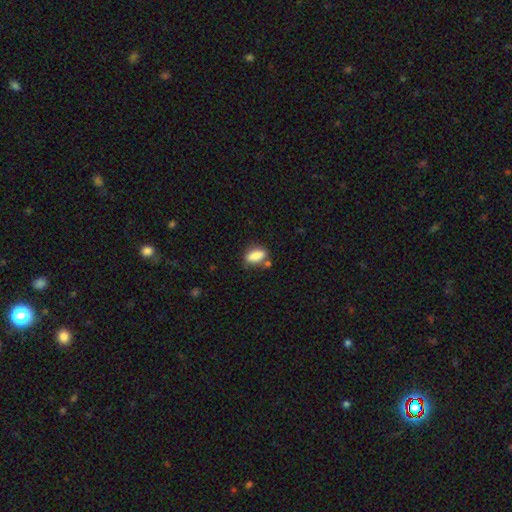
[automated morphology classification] This appears to be a smooth galaxy with no disk features (83%) that is in between round and cigar-shaped (77%). Merging: none (69%).